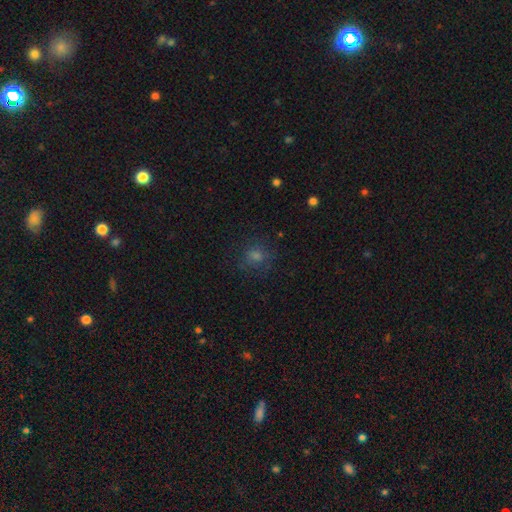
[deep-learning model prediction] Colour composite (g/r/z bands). It shows a smooth galaxy with no disk features (60%) that is round (78%). Merging: none (77%).